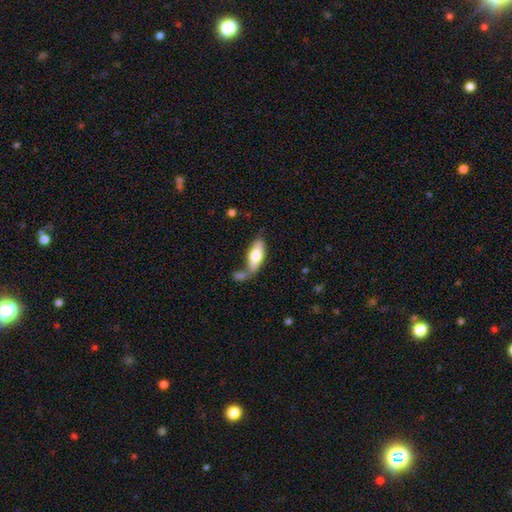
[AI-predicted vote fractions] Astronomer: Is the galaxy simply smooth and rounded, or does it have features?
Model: smooth — 67%.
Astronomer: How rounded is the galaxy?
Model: in between — 72%.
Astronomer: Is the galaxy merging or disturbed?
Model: none — 41% (runner-up: merger, 31%).